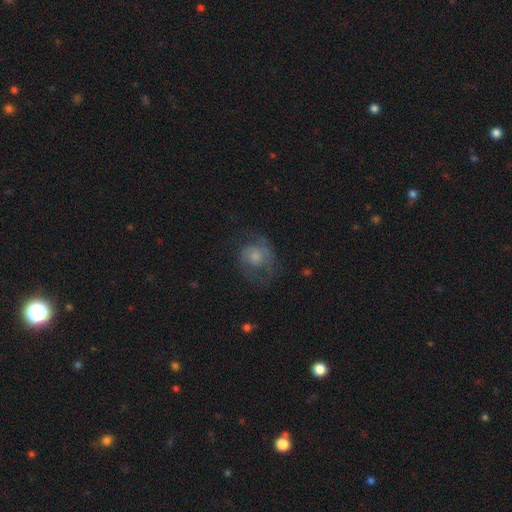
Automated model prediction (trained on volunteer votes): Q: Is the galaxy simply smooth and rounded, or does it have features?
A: featured or disk — 48%.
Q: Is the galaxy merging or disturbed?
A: none — 50%.